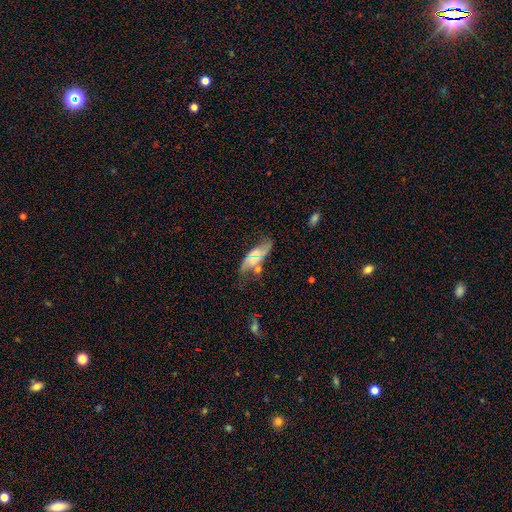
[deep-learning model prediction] The model was most divided on "merging": none: 43%, minor disturbance: 25%, major disturbance: 19%, merger: 12%. More confident: edge-on disk — no (83%); smooth or featured — featured or disk (57%).